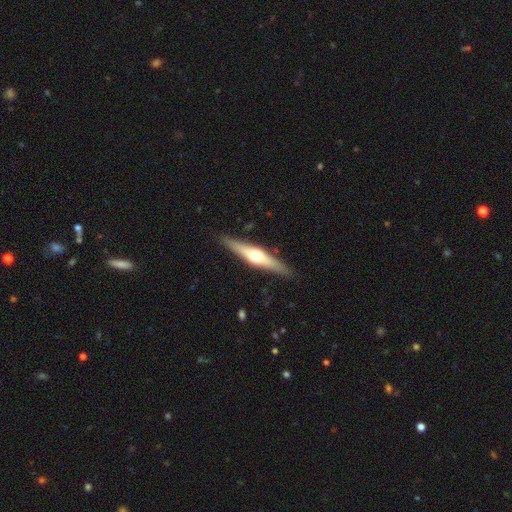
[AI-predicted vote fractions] smooth-or-featured: featured or disk: 66% | smooth: 29% | star or artifact: 5%
  disk-edge-on: yes: 96% | no: 4%
    edge-on-bulge: rounded: 92% | boxy: 5% | none: 3%
  merging: none: 89% | minor disturbance: 8% | major disturbance: 2% | merger: 1%